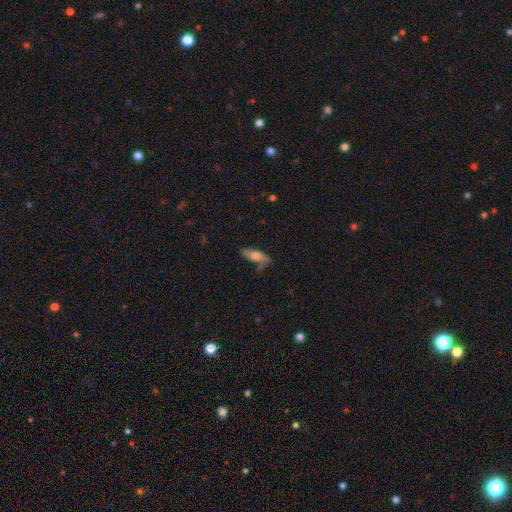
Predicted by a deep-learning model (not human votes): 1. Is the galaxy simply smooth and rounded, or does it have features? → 67% smooth, 26% featured or disk, 7% star or artifact.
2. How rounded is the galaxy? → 50% in between, 48% cigar-shaped, 3% round.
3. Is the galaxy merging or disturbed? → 69% none, 21% minor disturbance, 5% major disturbance, 5% merger.